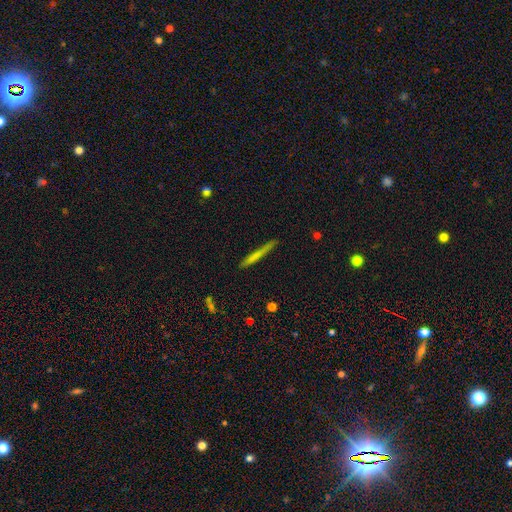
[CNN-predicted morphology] smooth 66%, featured or disk 28%, star or artifact 6%. Down the decision tree: how rounded — cigar-shaped (96%); merging — none (84%).